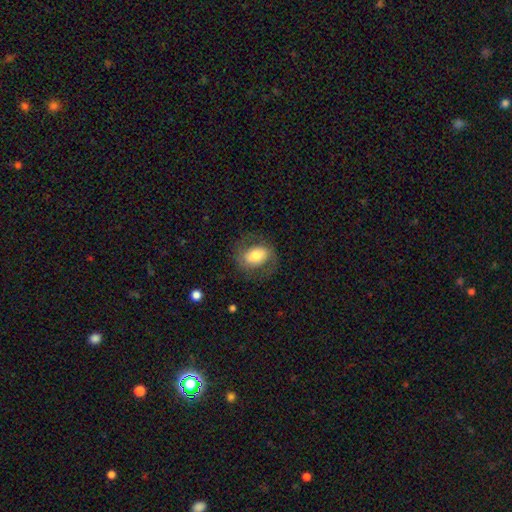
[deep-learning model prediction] smooth-or-featured: smooth: 49% | featured or disk: 43% | star or artifact: 8%
  merging: none: 71% | minor disturbance: 16% | major disturbance: 12% | merger: 1%